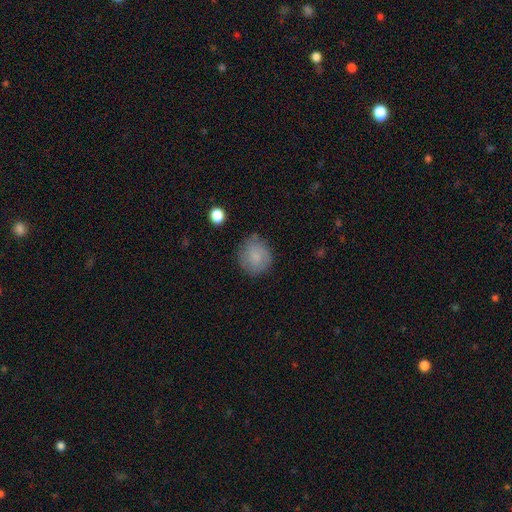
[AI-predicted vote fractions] Overall: smooth (78%). How rounded: round (87%). Merging: none (75%).